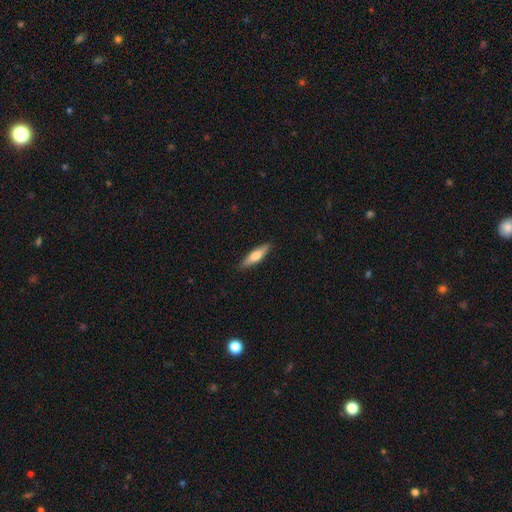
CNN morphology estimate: This is likely a smooth galaxy (60%). How rounded: likely cigar-shaped (70%). Merging: clearly none (89%).